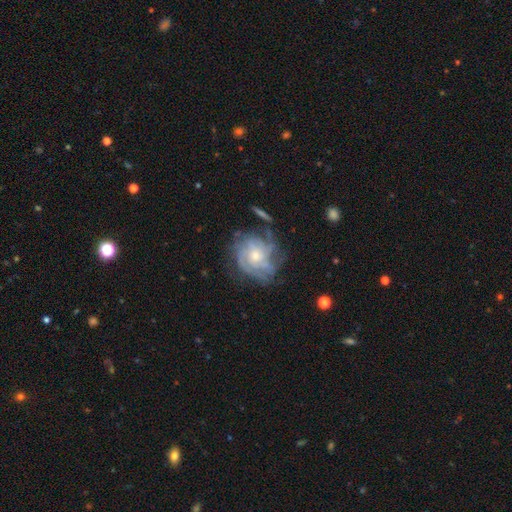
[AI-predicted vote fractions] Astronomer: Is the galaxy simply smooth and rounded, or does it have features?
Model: featured or disk — 80%.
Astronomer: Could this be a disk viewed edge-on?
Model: no — 97%.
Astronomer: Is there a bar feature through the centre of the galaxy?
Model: no — 77%.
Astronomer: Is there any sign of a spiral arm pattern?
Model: yes — 90%.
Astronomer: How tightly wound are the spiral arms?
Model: tight — 61%.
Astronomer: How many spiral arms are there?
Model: can't tell — 38% (runner-up: 4, 22%).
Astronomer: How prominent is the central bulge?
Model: small — 54% (runner-up: moderate, 40%).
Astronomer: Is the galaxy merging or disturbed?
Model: none — 61%.